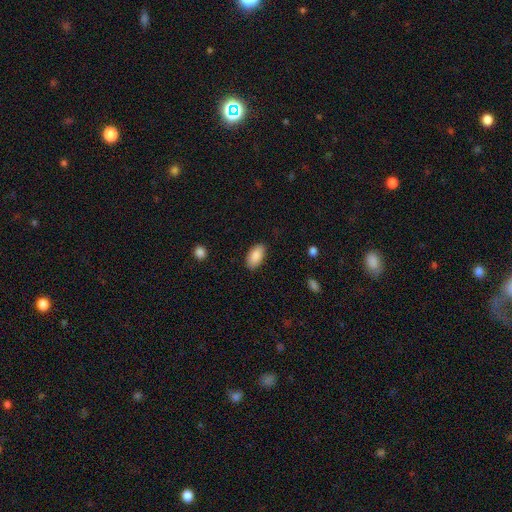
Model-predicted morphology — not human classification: A smooth galaxy with no disk features (88%) that is in between round and cigar-shaped (94%). Merging: none (87%).